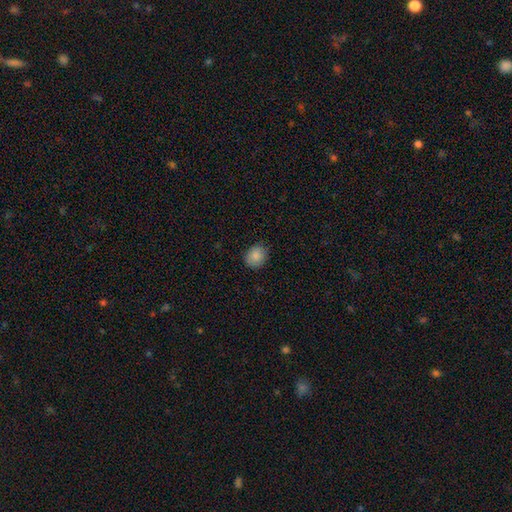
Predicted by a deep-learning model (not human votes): Smooth or featured?
  - smooth: 87% *
  - star or artifact: 8%
  - featured or disk: 5%
How rounded?
  - round: 55% *
  - in between: 44%
  - cigar-shaped: 1%
Merging?
  - none: 85% *
  - minor disturbance: 11%
  - major disturbance: 2%
  - merger: 1%